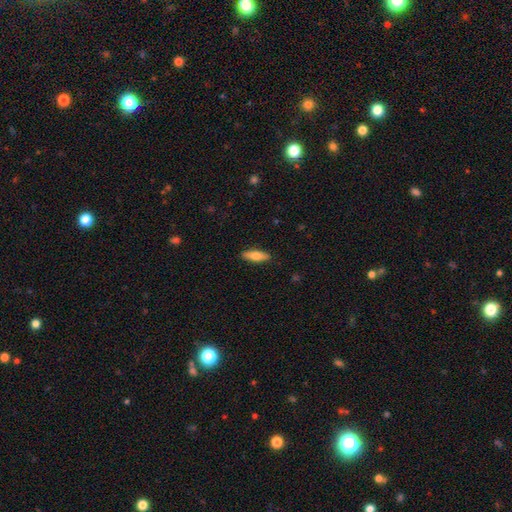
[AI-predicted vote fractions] Smooth or featured?
  - smooth: 70% *
  - featured or disk: 24%
  - star or artifact: 6%
How rounded?
  - in between: 49% * (tied)
  - cigar-shaped: 49% * (tied)
  - round: 2%
Merging?
  - none: 90% *
  - minor disturbance: 8%
  - major disturbance: 2%
  - merger: 1%